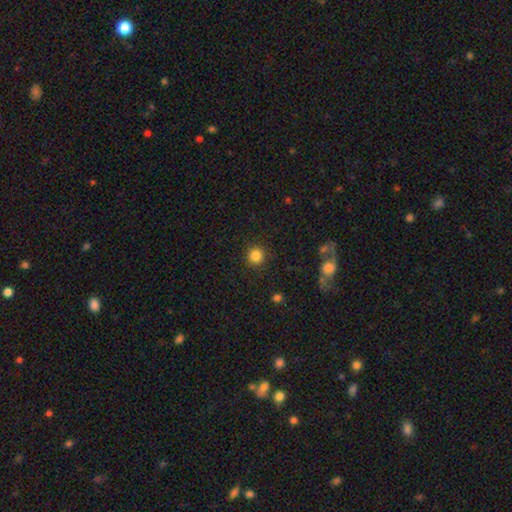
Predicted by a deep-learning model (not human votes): smooth 85%, star or artifact 11%, featured or disk 4%. Down the decision tree: how rounded — round (93%); merging — none (91%).